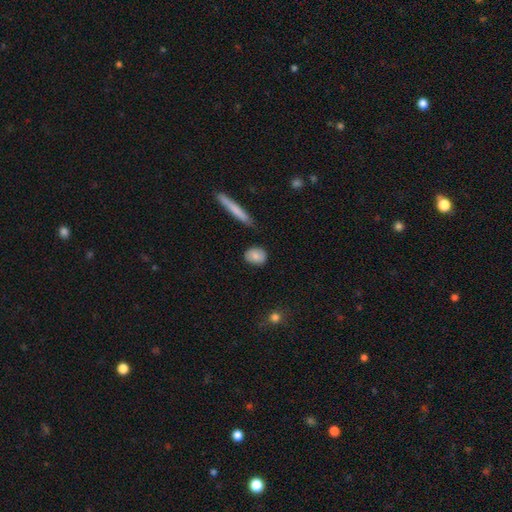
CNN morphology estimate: Smooth or featured?
  - smooth: 81% *
  - featured or disk: 12%
  - star or artifact: 7%
How rounded?
  - in between: 52% *
  - round: 44%
  - cigar-shaped: 5%
Merging?
  - none: 83% *
  - minor disturbance: 12%
  - major disturbance: 3%
  - merger: 2%